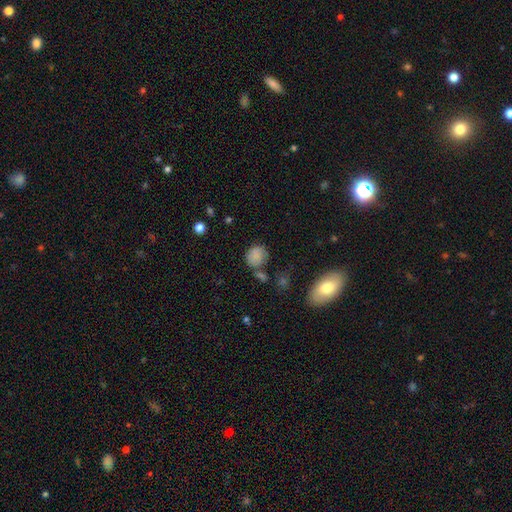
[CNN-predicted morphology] Smooth or featured?
  - smooth: 81% *
  - star or artifact: 10%
  - featured or disk: 9%
How rounded?
  - round: 74% *
  - in between: 25%
  - cigar-shaped: 1%
Merging?
  - none: 62% *
  - minor disturbance: 20%
  - merger: 11%
  - major disturbance: 7%